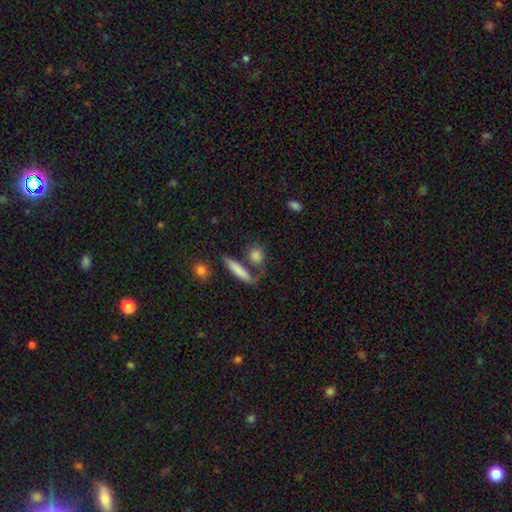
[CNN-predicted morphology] The model was most divided on "how rounded": round: 43%, in between: 37%, cigar-shaped: 20%. More confident: smooth or featured — smooth (79%); merging — none (58%).